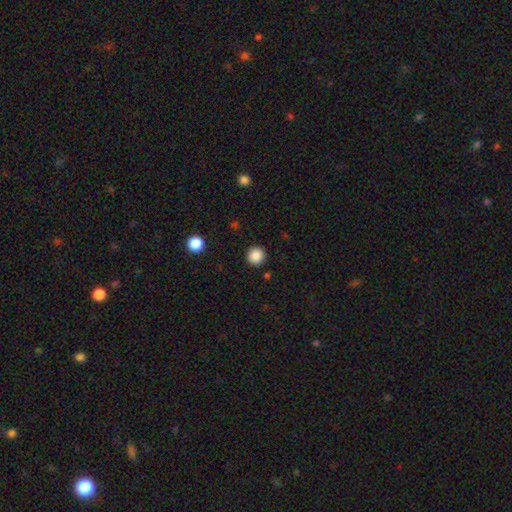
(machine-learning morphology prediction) Q: Smooth or featured?
A: smooth (87%); runner-up: star or artifact (10%)
Q: How rounded?
A: round (96%); runner-up: in between (3%)
Q: Merging?
A: none (92%); runner-up: minor disturbance (5%)